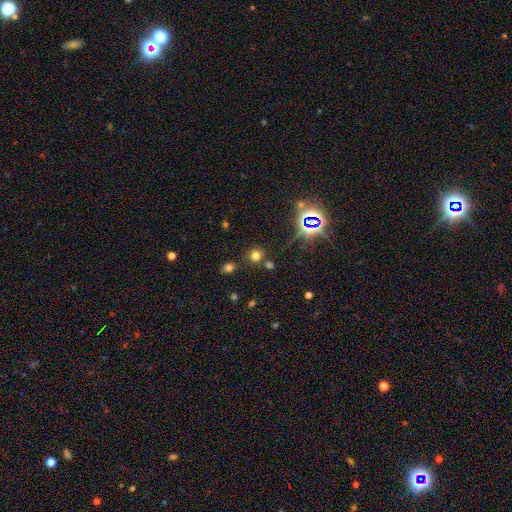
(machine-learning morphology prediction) type=smooth (64%); roundness=round (89%); merging=none (78%).